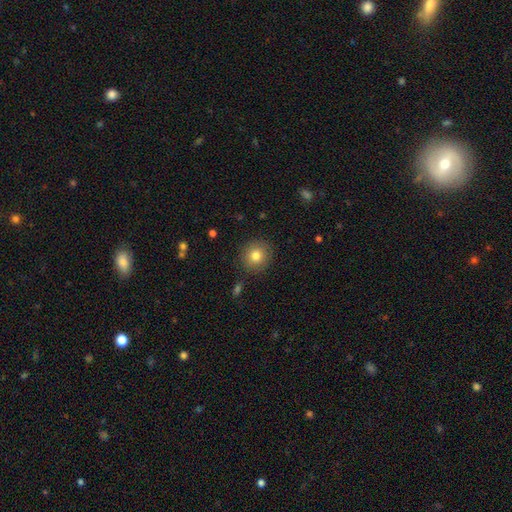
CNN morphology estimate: Smooth or featured? smooth (81%)
How rounded? round (89%)
Merging? none (89%)